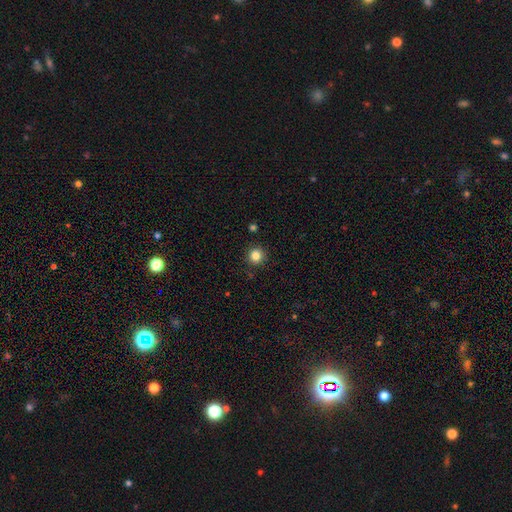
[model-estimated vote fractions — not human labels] Overall: smooth (84%). How rounded: round (94%). Merging: none (90%).